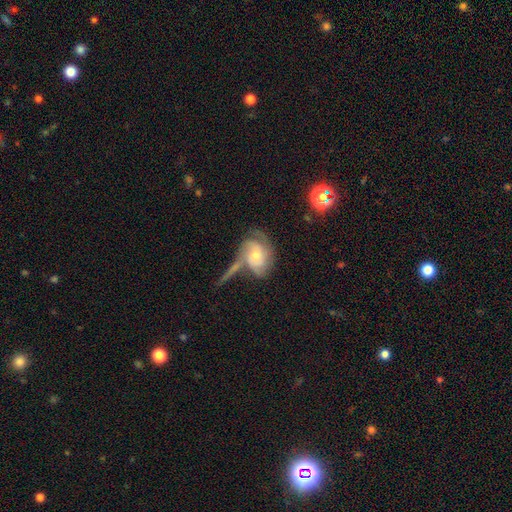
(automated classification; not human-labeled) This appears to be a featured or disk galaxy (74%) with no bar (70%), 2 (38%) tight (46%) spiral arms (91%) and a small central bulge (51%). Merging: none (42%).